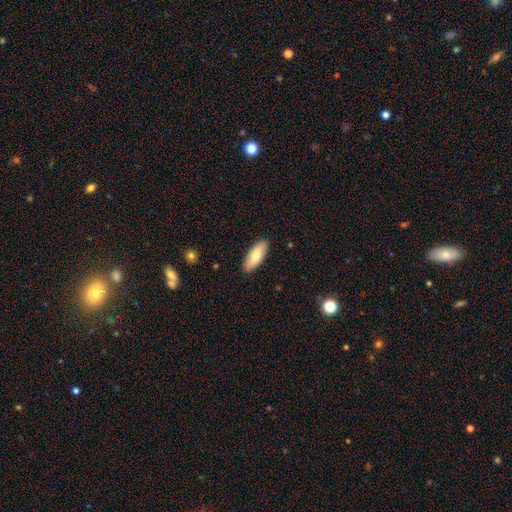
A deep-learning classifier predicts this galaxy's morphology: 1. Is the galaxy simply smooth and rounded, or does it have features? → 73% smooth, 21% featured or disk, 6% star or artifact.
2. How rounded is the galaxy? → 79% in between, 19% cigar-shaped, 2% round.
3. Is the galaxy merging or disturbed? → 87% none, 10% minor disturbance, 2% major disturbance, 1% merger.